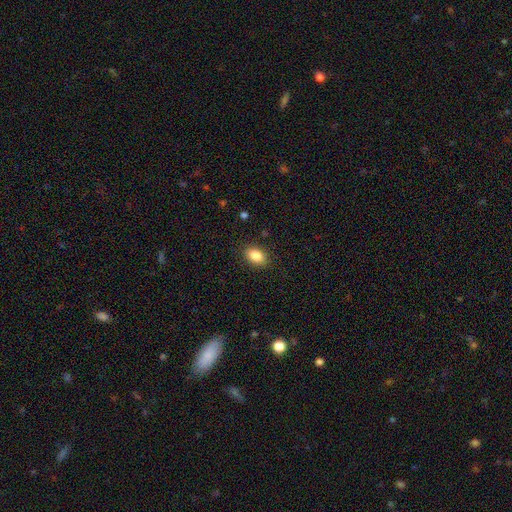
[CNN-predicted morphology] smooth_or_featured: smooth (p=0.86) [alt: star or artifact p=0.08]
how_rounded: in between (p=0.86) [alt: round p=0.13]
merging: none (p=0.88) [alt: minor disturbance p=0.09]